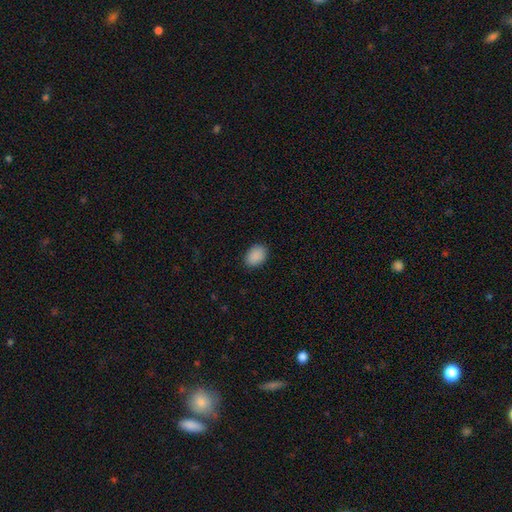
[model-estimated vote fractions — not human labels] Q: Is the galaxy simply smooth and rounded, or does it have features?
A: smooth — 90%.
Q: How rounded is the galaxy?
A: in between — 77%.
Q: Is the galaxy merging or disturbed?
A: none — 87%.